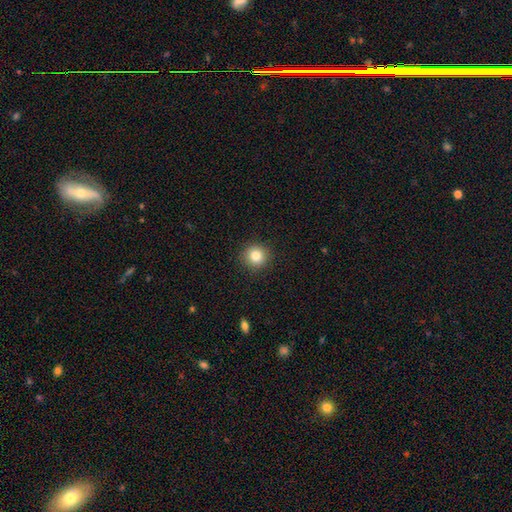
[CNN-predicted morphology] Smooth or featured?
  - smooth: 83% *
  - star or artifact: 11%
  - featured or disk: 6%
How rounded?
  - round: 93% *
  - in between: 6%
  - cigar-shaped: 1%
Merging?
  - none: 92% *
  - minor disturbance: 6%
  - major disturbance: 2%
  - merger: 1%